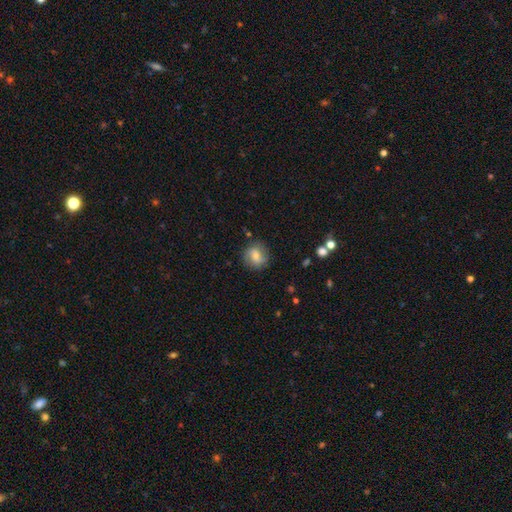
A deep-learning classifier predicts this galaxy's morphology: Smooth or featured: smooth — 59% (featured or disk — 32%)
How rounded: round — 86% (in between — 13%)
Merging: none — 82% (minor disturbance — 13%)